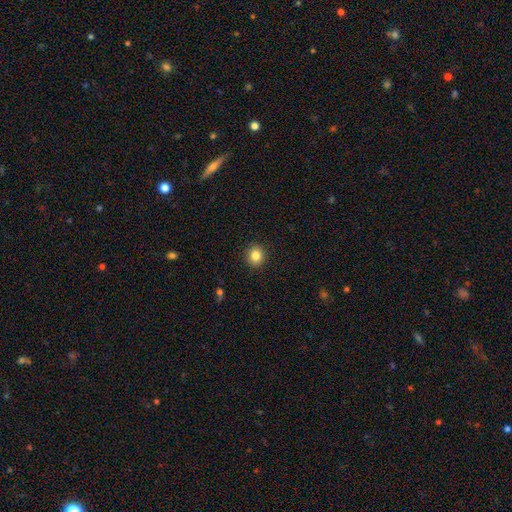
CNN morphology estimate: A smooth galaxy with no disk features (84%) that is round (83%). Merging: none (91%).